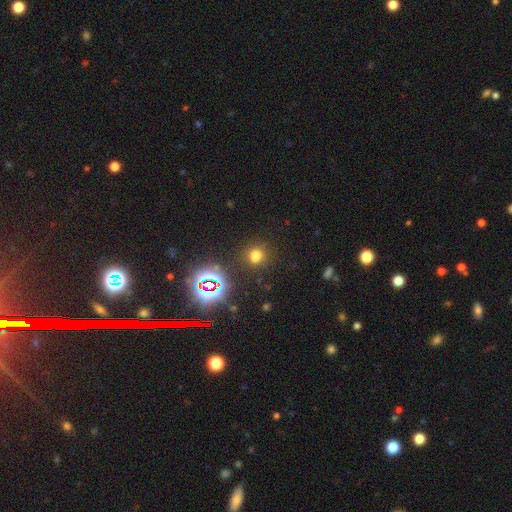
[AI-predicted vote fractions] Smooth or featured? Predicted: smooth (p=0.64). How rounded? Predicted: round (p=0.69). Merging? Predicted: none (p=0.78).